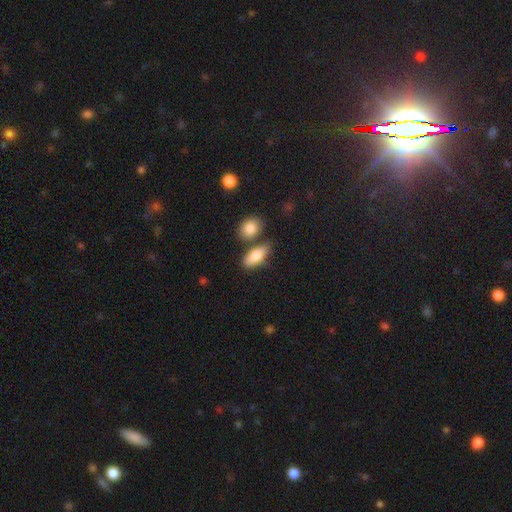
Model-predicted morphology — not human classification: A smooth galaxy with no disk features (83%) that is in between round and cigar-shaped (81%).

Vote fractions:
- Smooth or featured? smooth: 83% / featured or disk: 10% / star or artifact: 7%
- How rounded? in between: 81% / cigar-shaped: 15% / round: 5%
- Merging? none: 64% / merger: 17% / minor disturbance: 15% / major disturbance: 4%